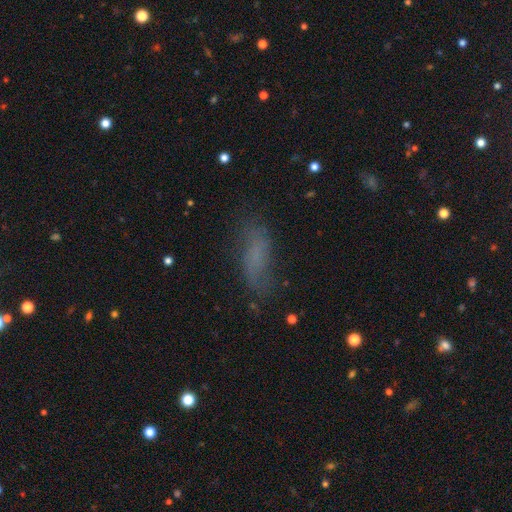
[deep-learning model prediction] smooth_or_featured: smooth (p=0.61) [alt: featured or disk p=0.23]
how_rounded: in between (p=0.63) [alt: cigar-shaped p=0.33]
merging: none (p=0.64) [alt: minor disturbance p=0.22]